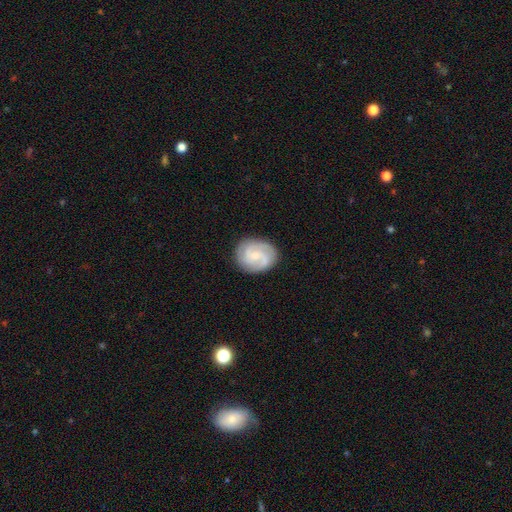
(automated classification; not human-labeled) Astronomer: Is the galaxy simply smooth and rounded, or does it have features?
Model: featured or disk — 73%.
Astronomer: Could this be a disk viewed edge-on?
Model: no — 98%.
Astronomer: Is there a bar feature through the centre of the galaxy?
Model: no — 53% (runner-up: weak, 41%).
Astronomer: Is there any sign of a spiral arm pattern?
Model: yes — 95%.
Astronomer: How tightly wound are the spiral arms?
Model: medium — 45% (runner-up: tight, 41%).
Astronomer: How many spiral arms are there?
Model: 2 — 46% (runner-up: 3, 30%).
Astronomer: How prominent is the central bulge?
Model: small — 63%.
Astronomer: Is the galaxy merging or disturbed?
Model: none — 82%.